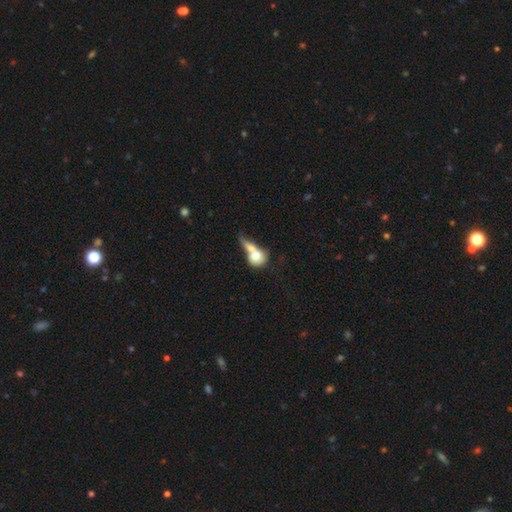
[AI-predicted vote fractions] smooth 67%, featured or disk 25%, star or artifact 7%. Down the decision tree: how rounded — round (49%); merging — merger (65%).